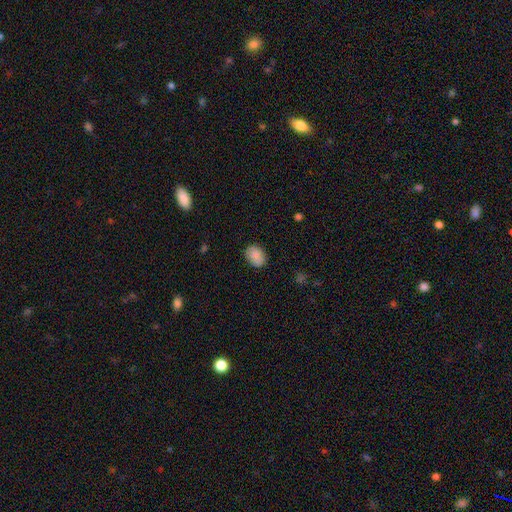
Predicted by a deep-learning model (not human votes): Smooth or featured? smooth (88%)
How rounded? in between (75%)
Merging? none (83%)